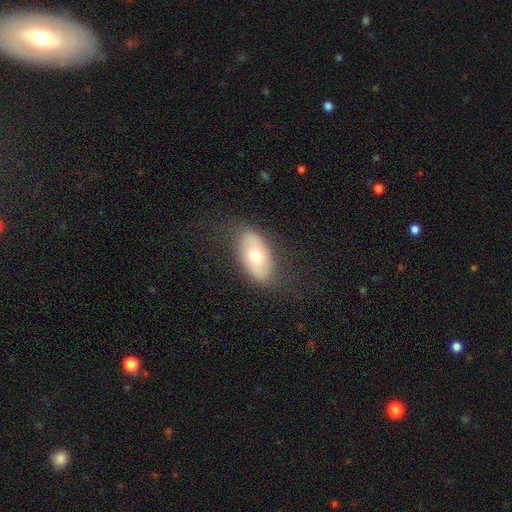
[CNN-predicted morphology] smooth_or_featured: smooth (p=0.61) [alt: featured or disk p=0.32]
how_rounded: in between (p=0.93) [alt: round p=0.05]
merging: none (p=0.79) [alt: minor disturbance p=0.14]